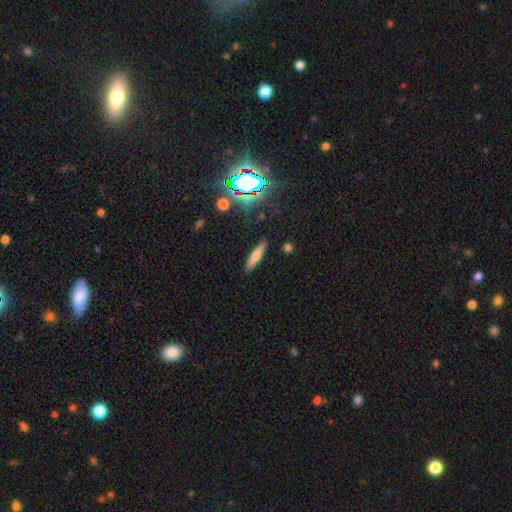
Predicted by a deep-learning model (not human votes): Smooth or featured: smooth — 69% (featured or disk — 18%)
How rounded: cigar-shaped — 81% (in between — 17%)
Merging: none — 88% (minor disturbance — 8%)